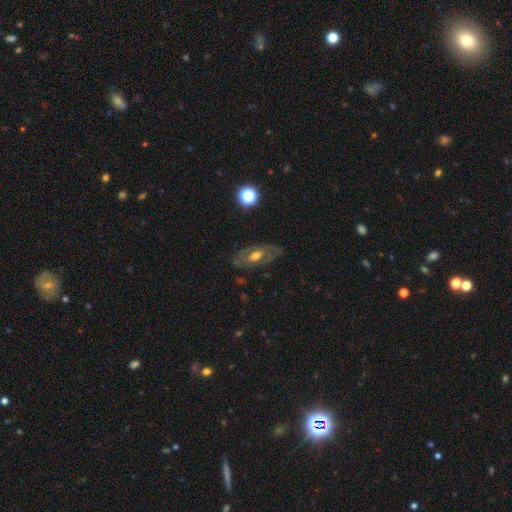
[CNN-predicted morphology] Smooth or featured? featured or disk (65%)
Edge-on disk? no (88%)
Bar? no (62%)
Spiral arms? yes (62%)
Bulge size? moderate (69%)
Merging? none (73%)